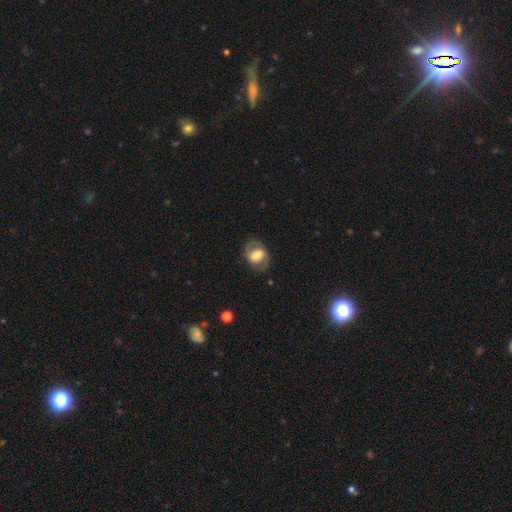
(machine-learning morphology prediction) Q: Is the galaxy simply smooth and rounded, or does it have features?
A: featured or disk — 55%.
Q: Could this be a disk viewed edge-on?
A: no — 96%.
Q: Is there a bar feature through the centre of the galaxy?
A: weak — 40%.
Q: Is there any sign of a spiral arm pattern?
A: yes — 73%.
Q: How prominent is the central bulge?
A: large — 40%.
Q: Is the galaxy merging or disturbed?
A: none — 75%.